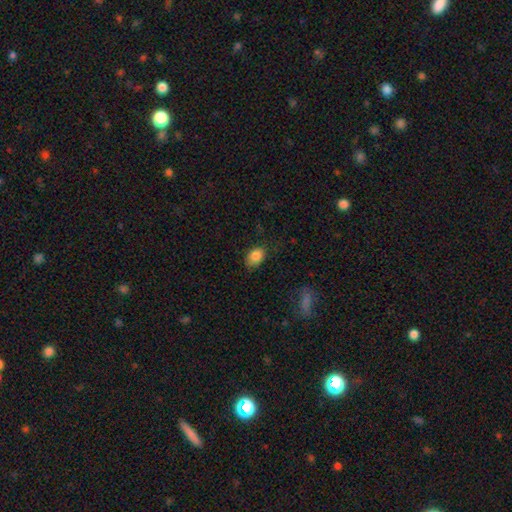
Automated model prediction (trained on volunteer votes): smooth-or-featured: smooth: 85% | star or artifact: 9% | featured or disk: 7%
  how-rounded: in between: 79% | round: 19% | cigar-shaped: 1%
  merging: none: 76% | minor disturbance: 19% | major disturbance: 4% | merger: 1%